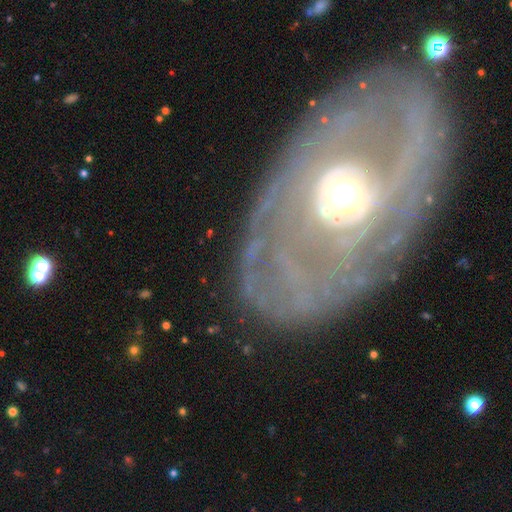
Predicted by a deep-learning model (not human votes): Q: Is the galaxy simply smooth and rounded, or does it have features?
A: featured or disk — 83%.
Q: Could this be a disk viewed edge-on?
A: no — 93%.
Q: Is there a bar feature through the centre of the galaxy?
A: no — 63%.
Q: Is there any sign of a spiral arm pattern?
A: yes — 76%.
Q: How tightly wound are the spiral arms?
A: tight — 63%.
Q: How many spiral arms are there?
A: can't tell — 38%.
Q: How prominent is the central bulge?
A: moderate — 69%.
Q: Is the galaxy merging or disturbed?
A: none — 79%.